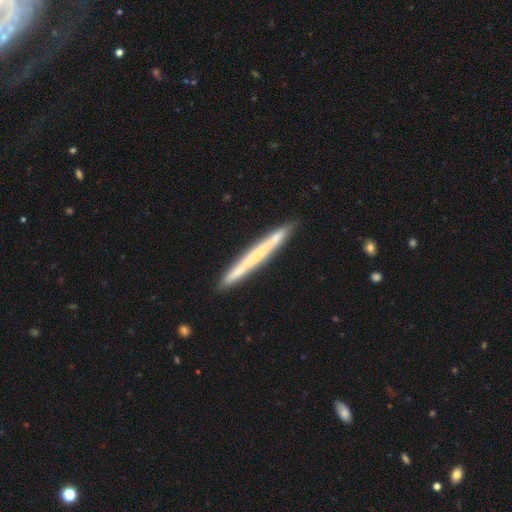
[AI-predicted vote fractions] Smooth or featured? Predicted: featured or disk (p=0.48). Merging? Predicted: none (p=0.89).